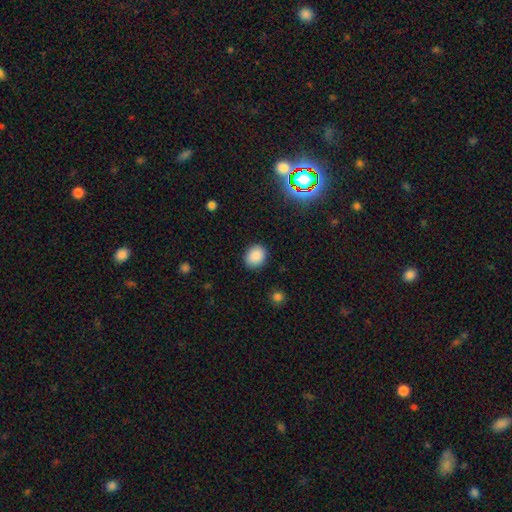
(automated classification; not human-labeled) This appears to be a smooth galaxy with no disk features (87%) that is round (55%). Merging: none (88%).